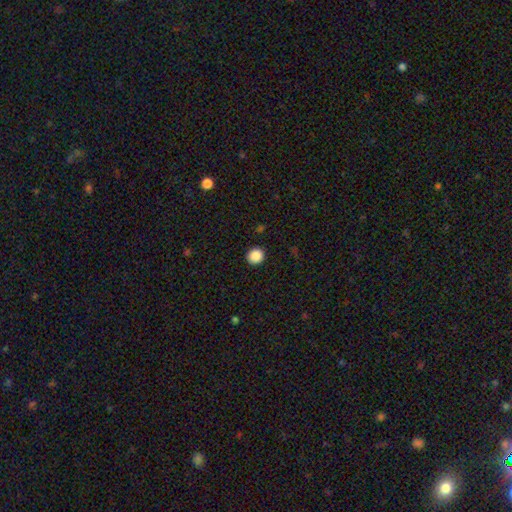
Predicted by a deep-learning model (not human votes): smooth-or-featured: smooth: 88% | star or artifact: 9% | featured or disk: 3%
  how-rounded: round: 89% | in between: 10% | cigar-shaped: 1%
  merging: none: 92% | minor disturbance: 5% | major disturbance: 2% | merger: 1%